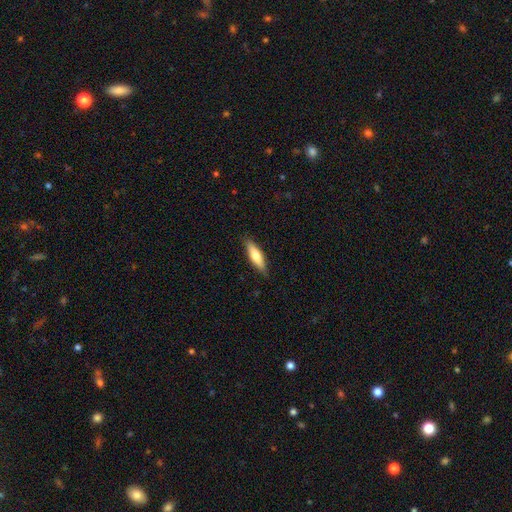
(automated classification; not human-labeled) This is likely a smooth galaxy (65%). How rounded: likely cigar-shaped (63%). Merging: clearly none (87%).